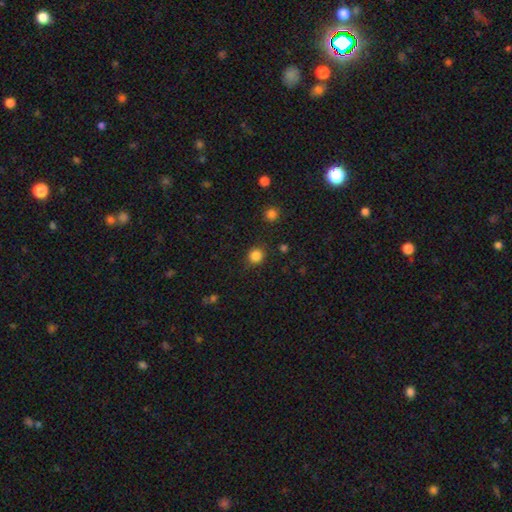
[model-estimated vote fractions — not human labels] Overall: smooth (85%). How rounded: round (87%). Merging: none (86%).